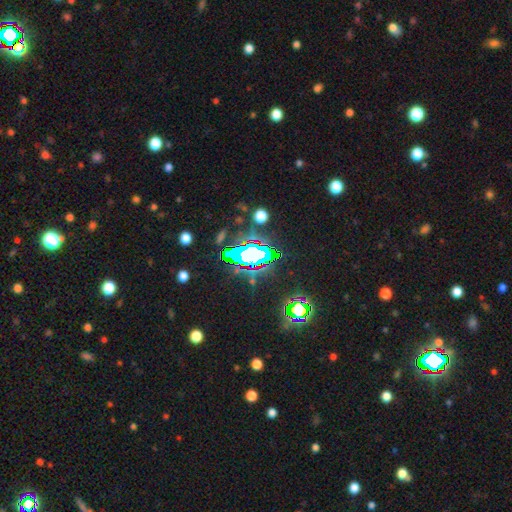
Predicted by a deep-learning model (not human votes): smooth_or_featured: star or artifact (p=0.62) [alt: smooth p=0.21]